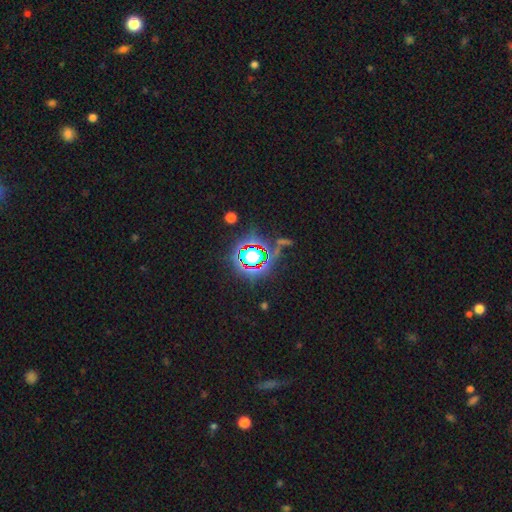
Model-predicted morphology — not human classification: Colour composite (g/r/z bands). It shows a star or artifact, not a galaxy (70%).